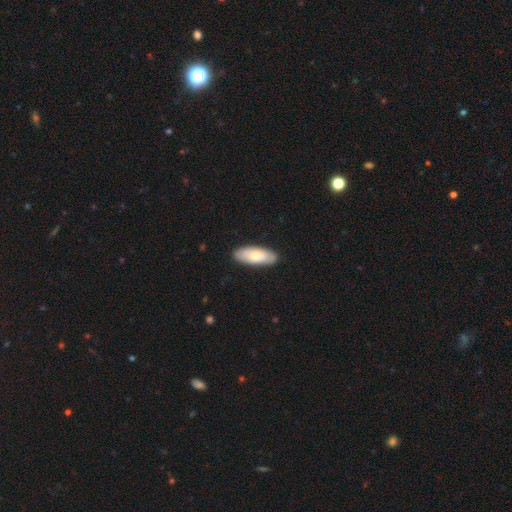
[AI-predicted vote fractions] Smooth or featured?
  - smooth: 69% *
  - featured or disk: 26%
  - star or artifact: 5%
How rounded?
  - in between: 75% *
  - cigar-shaped: 23%
  - round: 2%
Merging?
  - none: 88% *
  - minor disturbance: 9%
  - major disturbance: 2%
  - merger: 1%